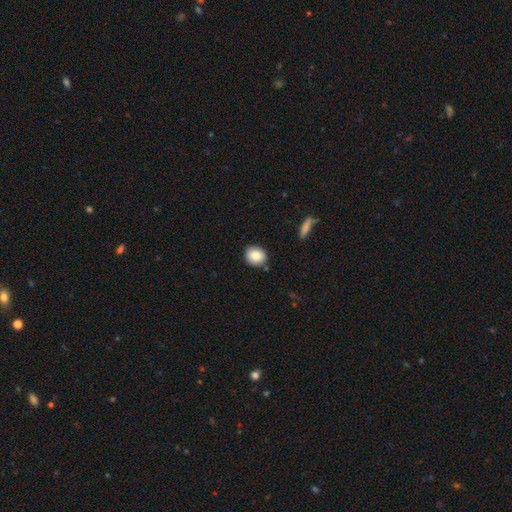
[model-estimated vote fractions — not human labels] Morphology: type=smooth (85%); roundness=round (71%); merging=none (86%).